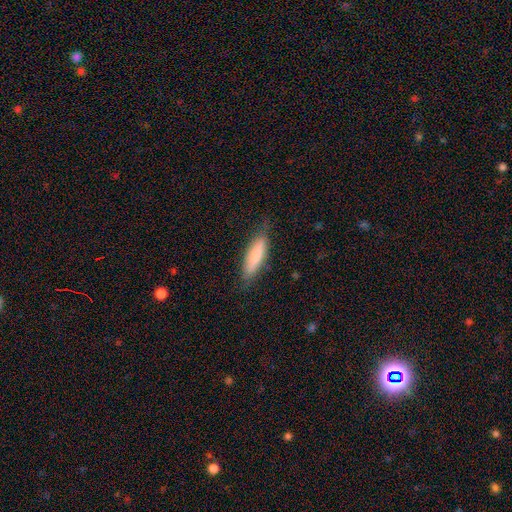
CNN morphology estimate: A smooth galaxy with no disk features (76%) that is cigar-shaped (59%). Merging: none (78%).